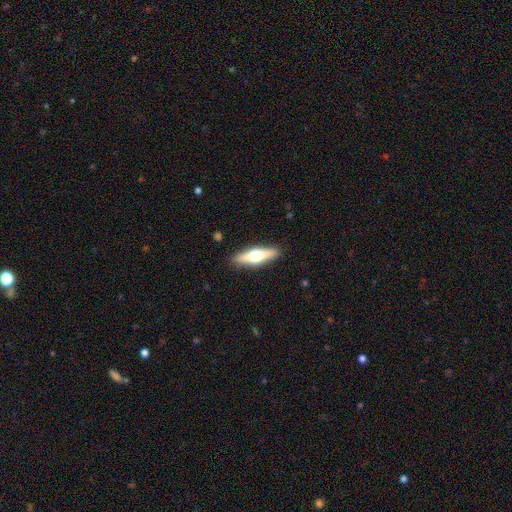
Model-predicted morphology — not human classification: A featured or disk galaxy (51%) viewed edge-on (92%). Merging: none (90%).